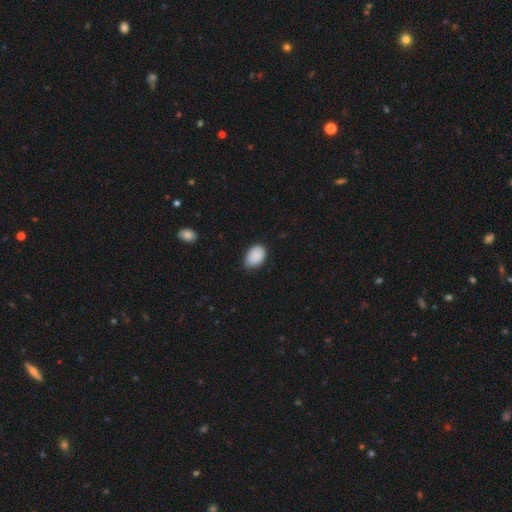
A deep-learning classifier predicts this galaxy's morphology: Q: Smooth or featured?
A: smooth (88%); runner-up: star or artifact (7%)
Q: How rounded?
A: in between (84%); runner-up: round (15%)
Q: Merging?
A: none (71%); runner-up: minor disturbance (25%)